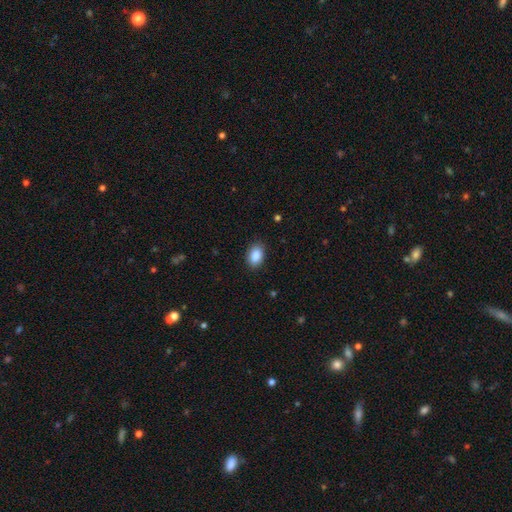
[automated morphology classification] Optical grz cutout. It shows a smooth galaxy with no disk features (89%) that is in between round and cigar-shaped (87%). Merging: none (87%).